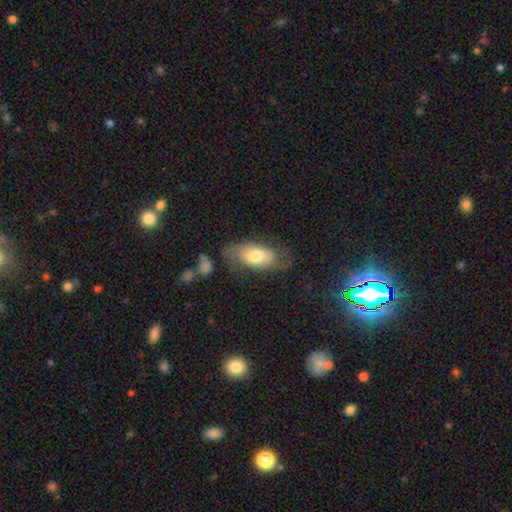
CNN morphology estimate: Smooth or featured: smooth — 63% (featured or disk — 30%)
How rounded: in between — 89% (cigar-shaped — 7%)
Merging: none — 49% (minor disturbance — 26%)